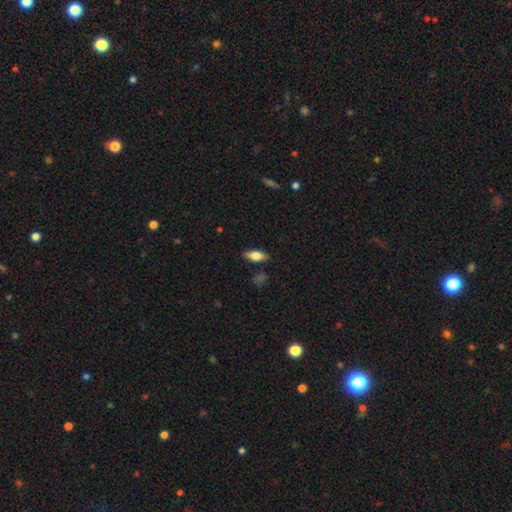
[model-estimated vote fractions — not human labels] Smooth or featured?
  - smooth: 68% *
  - featured or disk: 25%
  - star or artifact: 7%
How rounded?
  - in between: 77% *
  - cigar-shaped: 20%
  - round: 3%
Merging?
  - none: 85% *
  - minor disturbance: 11%
  - major disturbance: 2%
  - merger: 2%